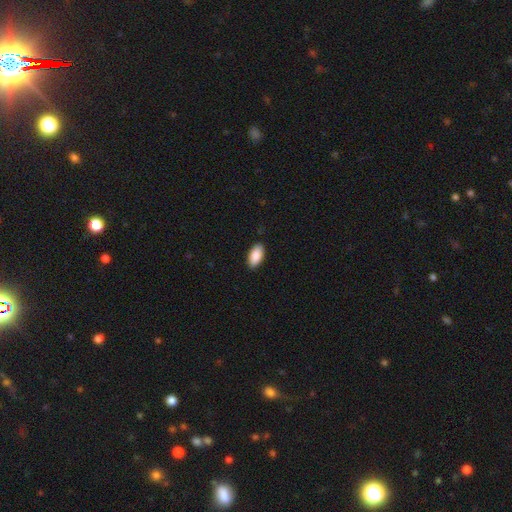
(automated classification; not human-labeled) The model was most divided on "merging": none: 89%, minor disturbance: 8%, major disturbance: 2%, merger: 1%. More confident: how rounded — in between (94%); smooth or featured — smooth (89%).